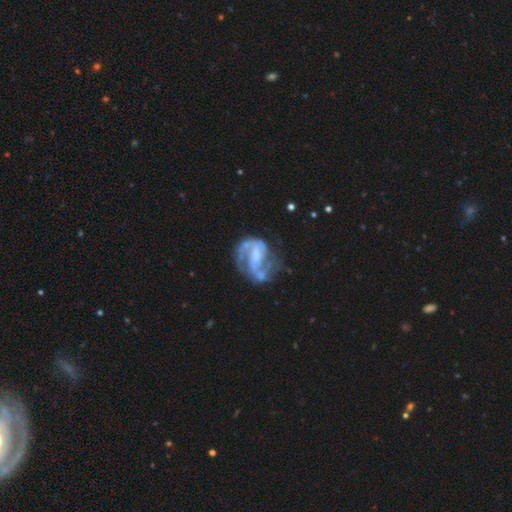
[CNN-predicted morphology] Smooth or featured? featured or disk (83%)
Edge-on disk? no (98%)
Bar? weak (43%)
Spiral arms? yes (87%)
Spiral winding? medium (48%)
Spiral arm count? 2 (71%)
Bulge size? small (32%)
Merging? none (48%)